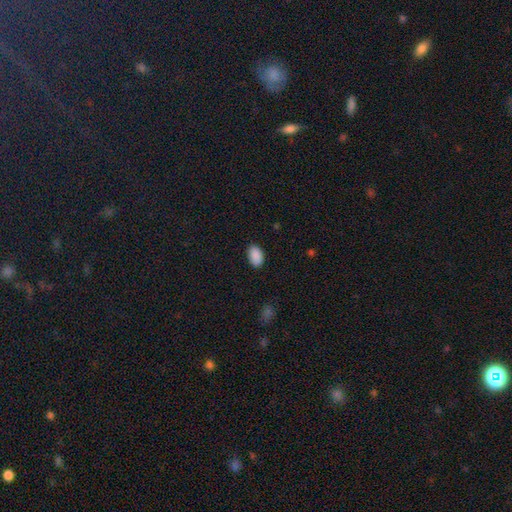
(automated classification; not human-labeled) Smooth or featured? smooth (90%)
How rounded? in between (92%)
Merging? none (86%)